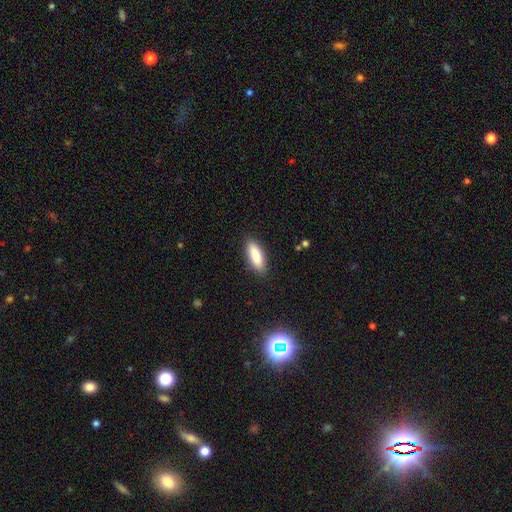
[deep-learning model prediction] smooth_or_featured: smooth (p=0.85) [alt: featured or disk p=0.09]
how_rounded: in between (p=0.61) [alt: cigar-shaped p=0.37]
merging: none (p=0.87) [alt: minor disturbance p=0.10]